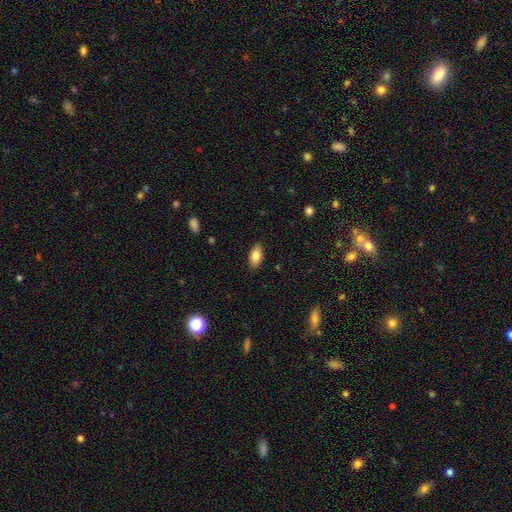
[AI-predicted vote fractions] smooth_or_featured: smooth (p=0.84) [alt: featured or disk p=0.09]
how_rounded: in between (p=0.92) [alt: cigar-shaped p=0.04]
merging: none (p=0.88) [alt: minor disturbance p=0.09]